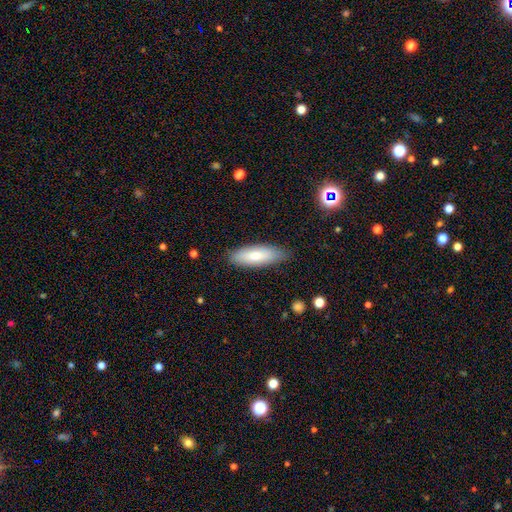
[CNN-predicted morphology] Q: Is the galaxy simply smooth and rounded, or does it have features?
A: smooth — 76%.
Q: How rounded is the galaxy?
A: in between — 59%.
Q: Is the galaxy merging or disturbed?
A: none — 83%.